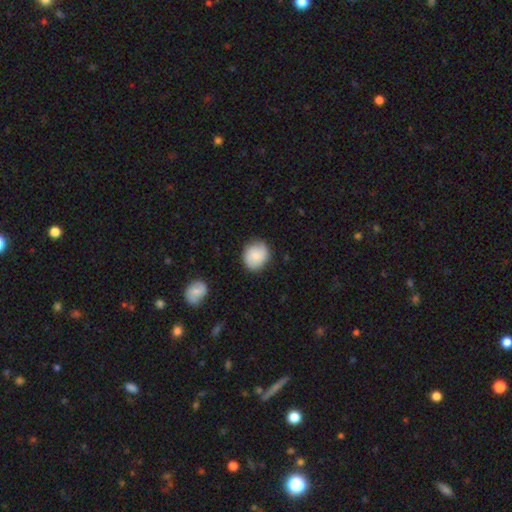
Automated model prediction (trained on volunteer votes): Overall: smooth (79%). How rounded: round (68%; in between 31%). Merging: none (81%).